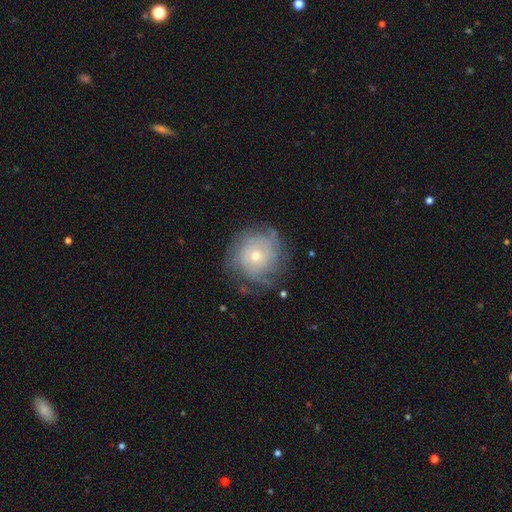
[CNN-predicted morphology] A featured or disk galaxy (65%) with no bar (85%), tight (68%) spiral arms (84%) and a small central bulge (59%).

Vote fractions:
- Smooth or featured? featured or disk: 65% / smooth: 25% / star or artifact: 10%
- Edge-on disk? no: 97% / yes: 3%
- Bar? no: 85% / weak: 12% / strong: 2%
- Spiral arms? yes: 84% / no: 16%
- Spiral winding? tight: 68% / medium: 23% / loose: 9%
- Spiral arm count? can't tell: 52% / 4: 13% / 3: 10% / more than 4: 10% / 2: 9% / 1: 5%
- Bulge size? small: 59% / moderate: 37% / large: 2% / none: 1% / dominant: 1%
- Merging? none: 74% / minor disturbance: 17% / major disturbance: 8% / merger: 1%